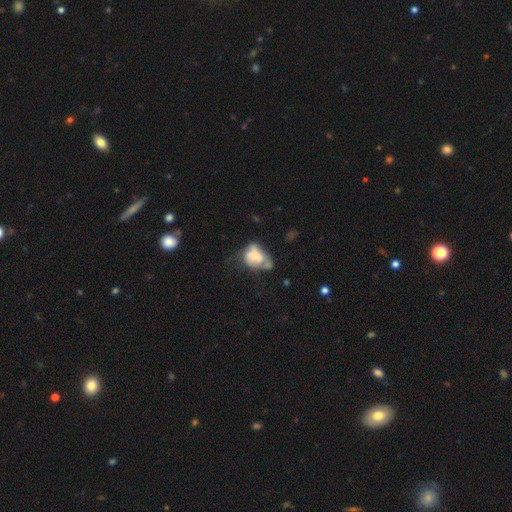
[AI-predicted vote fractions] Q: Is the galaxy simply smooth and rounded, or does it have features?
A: smooth — 55%.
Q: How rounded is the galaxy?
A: in between — 74%.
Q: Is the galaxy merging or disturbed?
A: minor disturbance — 27%, tied with major disturbance.